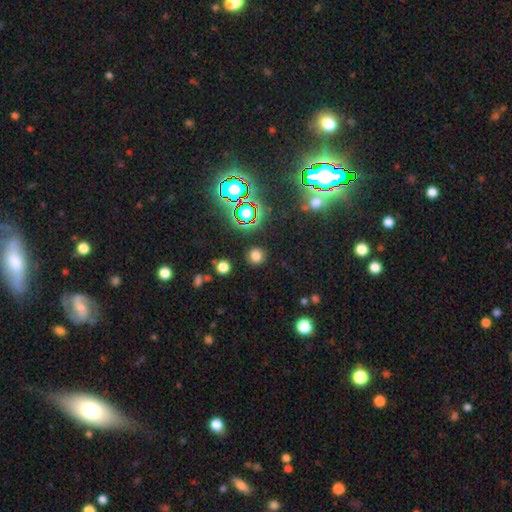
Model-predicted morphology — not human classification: Smooth or featured: smooth — 72% (star or artifact — 23%)
How rounded: round — 90% (in between — 9%)
Merging: none — 89% (minor disturbance — 7%)